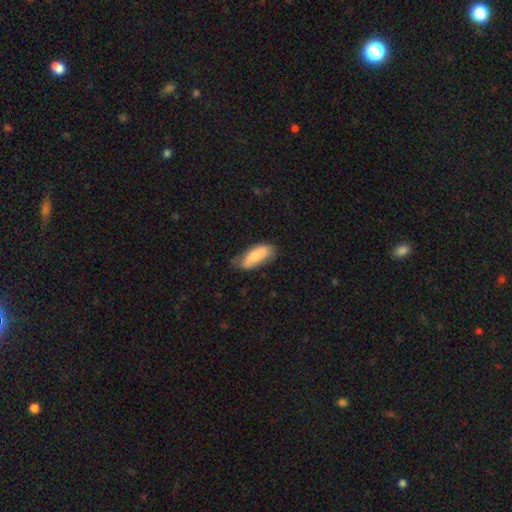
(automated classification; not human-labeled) The model was most divided on "merging": none: 57%, minor disturbance: 34%, major disturbance: 8%, merger: 2%. More confident: how rounded — in between (82%); smooth or featured — smooth (75%).